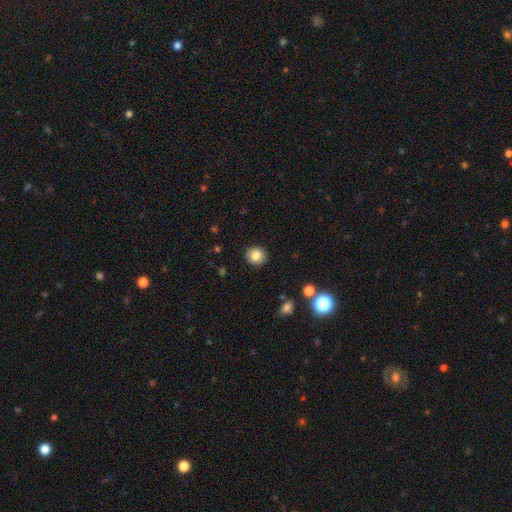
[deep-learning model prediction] Smooth or featured? Predicted: smooth (p=0.84). How rounded? Predicted: round (p=0.87). Merging? Predicted: none (p=0.90).